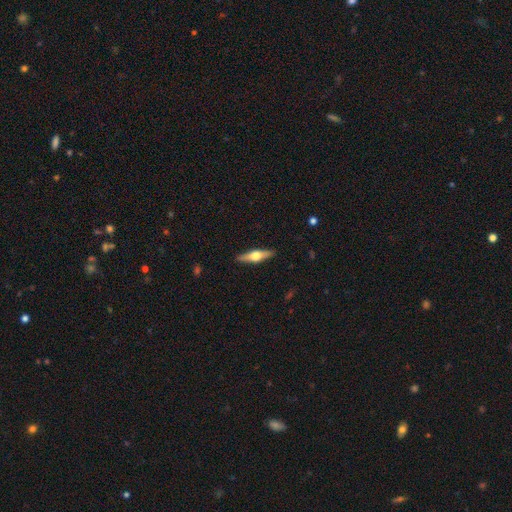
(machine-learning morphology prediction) Smooth or featured?
  - featured or disk: 61% *
  - smooth: 34%
  - star or artifact: 5%
Edge-on disk?
  - yes: 95% *
  - no: 5%
Edge-on bulge?
  - rounded: 95% *
  - boxy: 4%
  - none: 2%
Merging?
  - none: 91% *
  - minor disturbance: 7%
  - major disturbance: 2%
  - merger: 1%